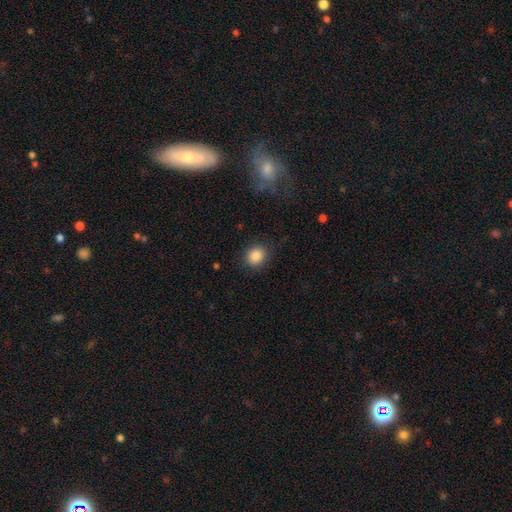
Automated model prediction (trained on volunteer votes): Smooth or featured? Predicted: smooth (p=0.87). How rounded? Predicted: round (p=0.77). Merging? Predicted: none (p=0.86).